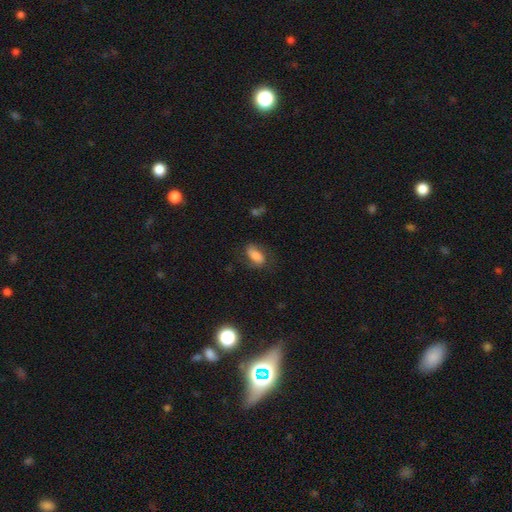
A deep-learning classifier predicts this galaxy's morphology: Overall: smooth (68%). How rounded: in between (86%). Merging: none (64%).